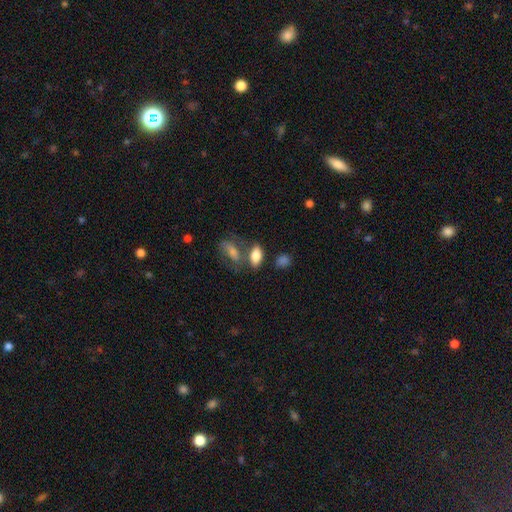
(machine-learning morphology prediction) smooth-or-featured: smooth: 81% | featured or disk: 11% | star or artifact: 8%
  how-rounded: in between: 87% | round: 7% | cigar-shaped: 6%
  merging: none: 52% | merger: 26% | minor disturbance: 15% | major disturbance: 7%